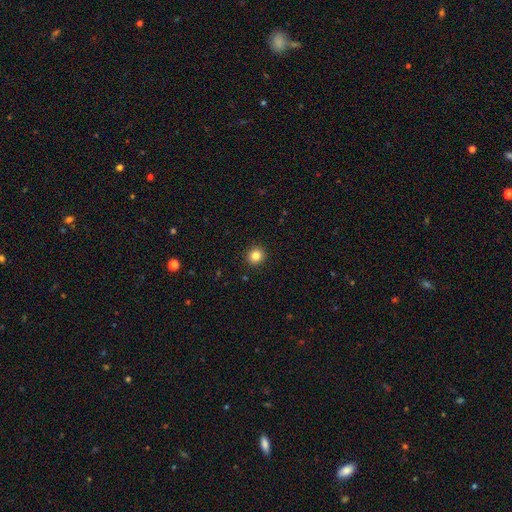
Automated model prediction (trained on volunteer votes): The model was most divided on "smooth or featured": smooth: 83%, star or artifact: 12%, featured or disk: 5%. More confident: merging — none (92%); how rounded — round (90%).